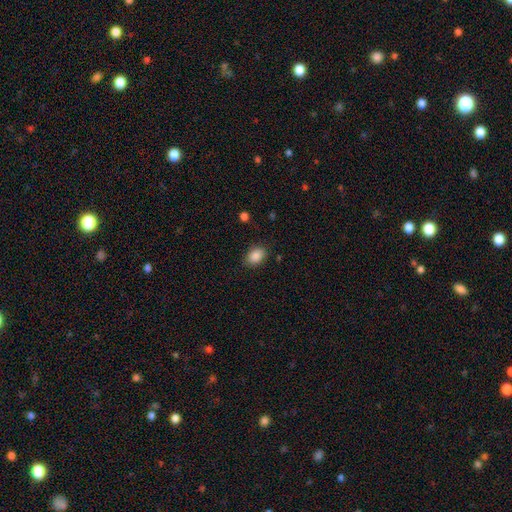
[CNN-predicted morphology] Smooth or featured? smooth (88%)
How rounded? in between (78%)
Merging? none (83%)